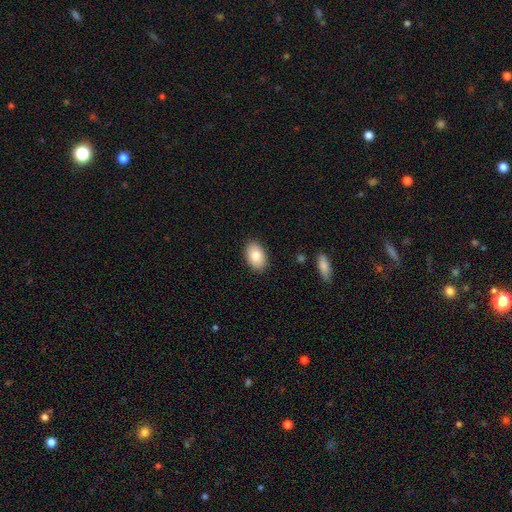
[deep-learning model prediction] A smooth galaxy with no disk features (85%) that is in between round and cigar-shaped (90%).

Vote fractions:
- Smooth or featured? smooth: 85% / featured or disk: 9% / star or artifact: 6%
- How rounded? in between: 90% / round: 9% / cigar-shaped: 1%
- Merging? none: 89% / minor disturbance: 8% / major disturbance: 2% / merger: 1%